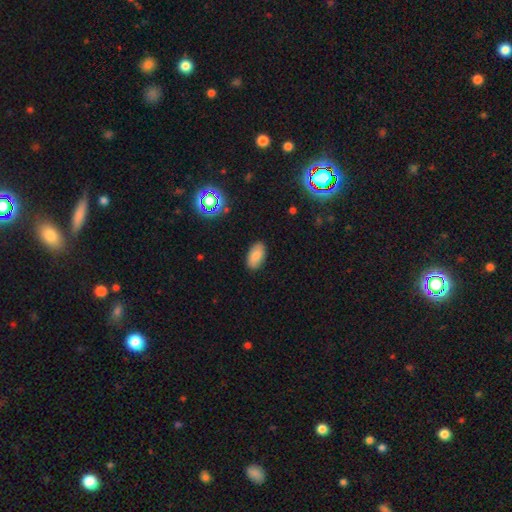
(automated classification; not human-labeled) Overall: smooth (84%). How rounded: in between (94%). Merging: none (87%).